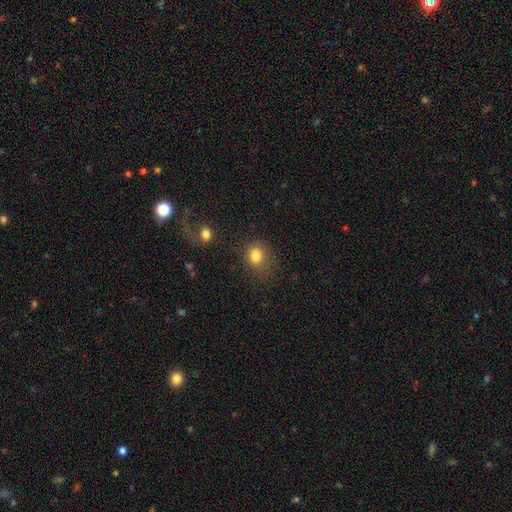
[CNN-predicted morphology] This appears to be a smooth galaxy with no disk features (82%) that is round (69%). Merging: none (72%).